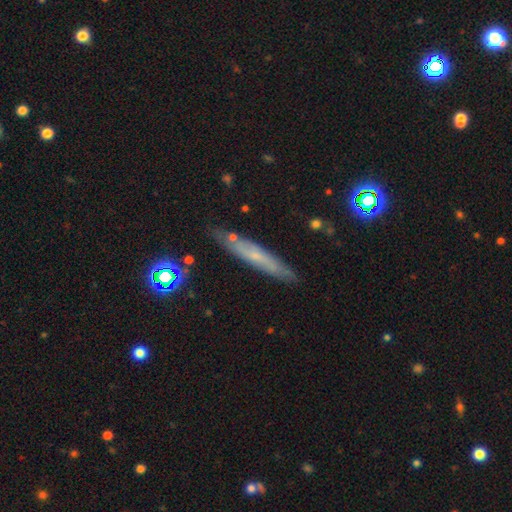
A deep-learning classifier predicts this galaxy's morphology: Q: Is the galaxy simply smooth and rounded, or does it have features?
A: featured or disk — 46%.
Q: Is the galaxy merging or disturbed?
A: none — 79%.